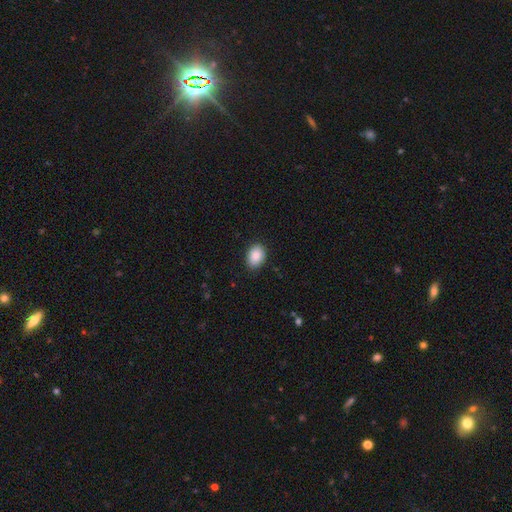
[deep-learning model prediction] Smooth or featured? Predicted: smooth (p=0.88). How rounded? Predicted: in between (p=0.77). Merging? Predicted: none (p=0.87).